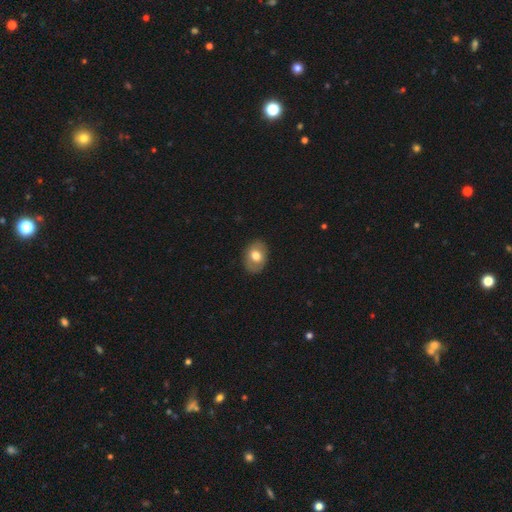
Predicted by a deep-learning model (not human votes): Morphology: type=smooth (69%); roundness=in between (67%); merging=none (85%).